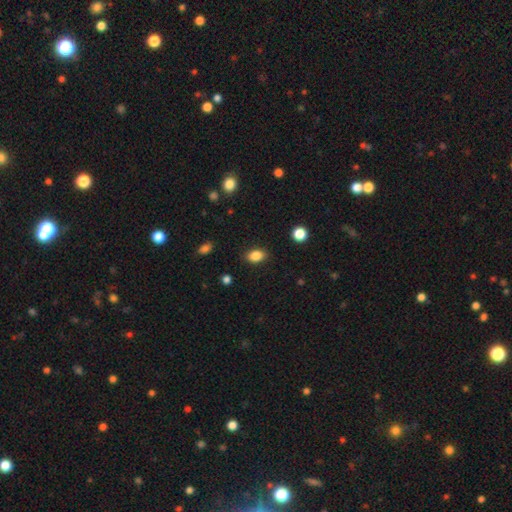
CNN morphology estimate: A smooth galaxy with no disk features (86%) that is in between round and cigar-shaped (82%).

Vote fractions:
- Smooth or featured? smooth: 86% / star or artifact: 9% / featured or disk: 4%
- How rounded? in between: 82% / round: 16% / cigar-shaped: 2%
- Merging? none: 86% / minor disturbance: 10% / major disturbance: 3% / merger: 1%